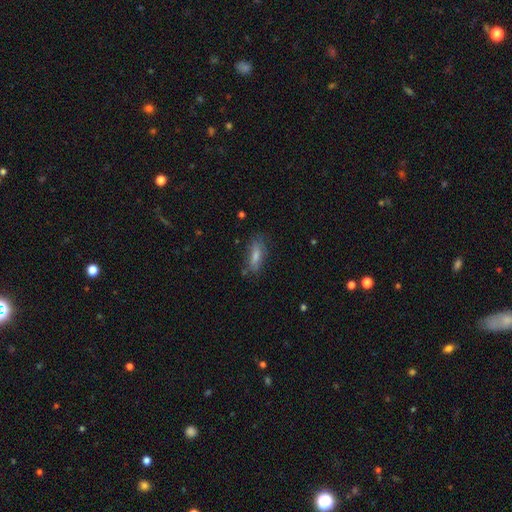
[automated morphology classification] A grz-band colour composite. It shows a smooth galaxy with no disk features (58%) that is cigar-shaped (54%). Merging: none (75%).